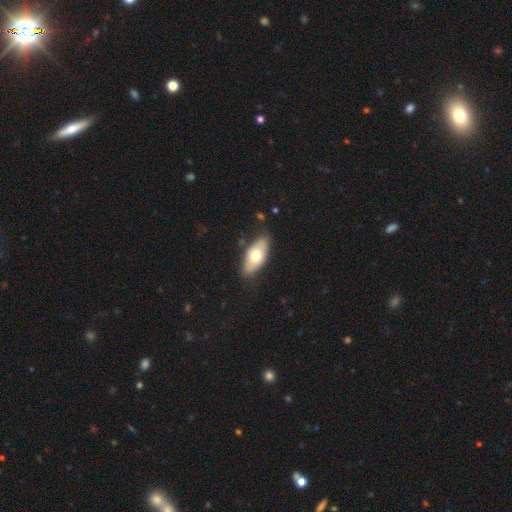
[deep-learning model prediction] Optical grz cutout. It shows a smooth galaxy with no disk features (66%) that is in between round and cigar-shaped (87%). Merging: none (82%).